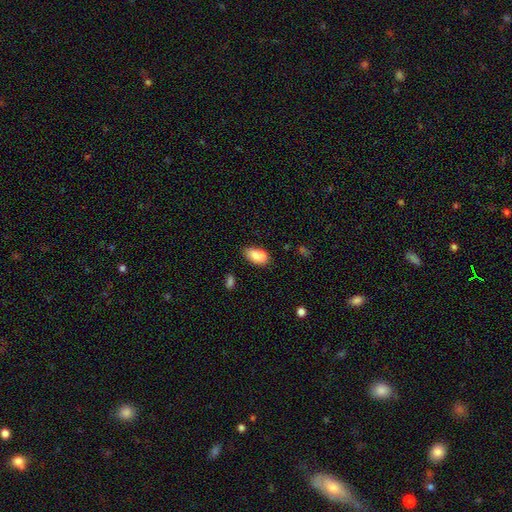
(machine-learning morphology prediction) Q: Smooth or featured?
A: smooth (81%); runner-up: featured or disk (11%)
Q: How rounded?
A: in between (91%); runner-up: round (5%)
Q: Merging?
A: none (55%); runner-up: minor disturbance (20%)